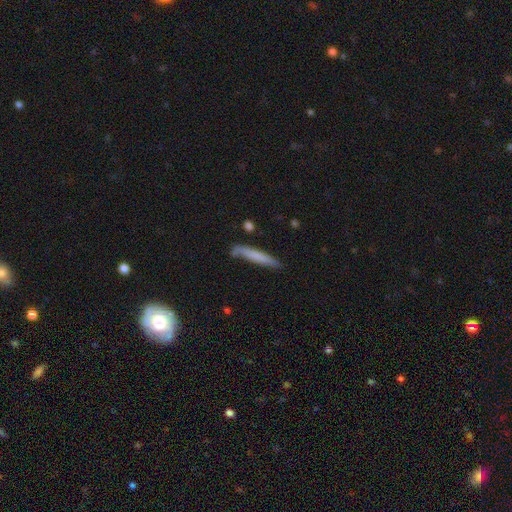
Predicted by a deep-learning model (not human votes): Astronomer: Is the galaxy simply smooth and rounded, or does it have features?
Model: smooth — 64%.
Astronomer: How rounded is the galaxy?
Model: cigar-shaped — 94%.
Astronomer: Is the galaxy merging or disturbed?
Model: none — 71%.